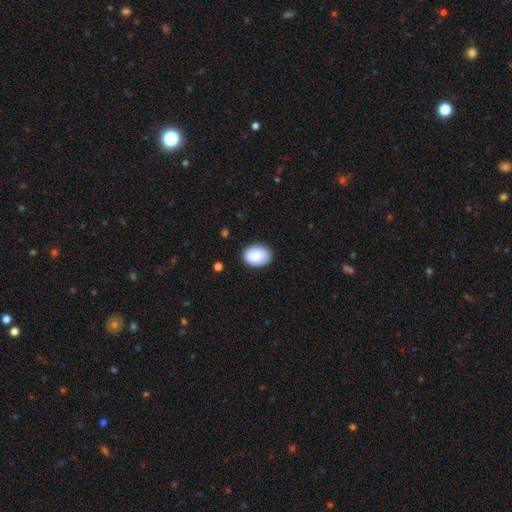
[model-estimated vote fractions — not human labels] smooth-or-featured: smooth: 80% | featured or disk: 13% | star or artifact: 7%
  how-rounded: in between: 70% | round: 29% | cigar-shaped: 1%
  merging: none: 80% | minor disturbance: 15% | major disturbance: 3% | merger: 1%